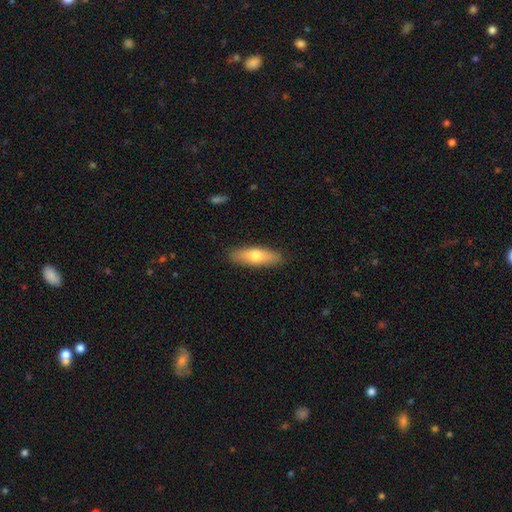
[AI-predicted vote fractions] Smooth or featured? smooth (67%)
How rounded? cigar-shaped (49%)
Merging? none (88%)